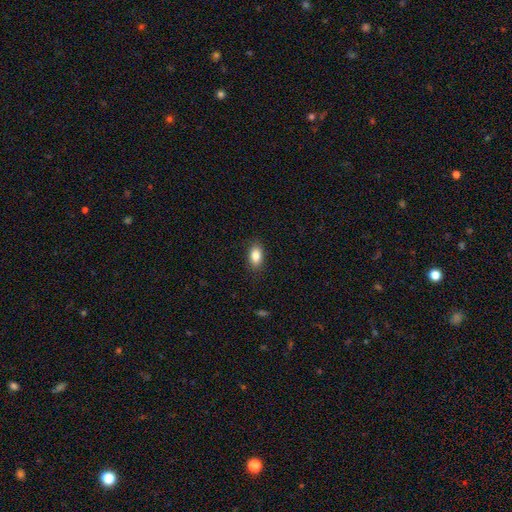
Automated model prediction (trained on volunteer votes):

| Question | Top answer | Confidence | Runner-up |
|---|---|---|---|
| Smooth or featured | smooth | 85% | star or artifact (8%) |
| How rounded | in between | 89% | round (7%) |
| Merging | none | 87% | minor disturbance (10%) |